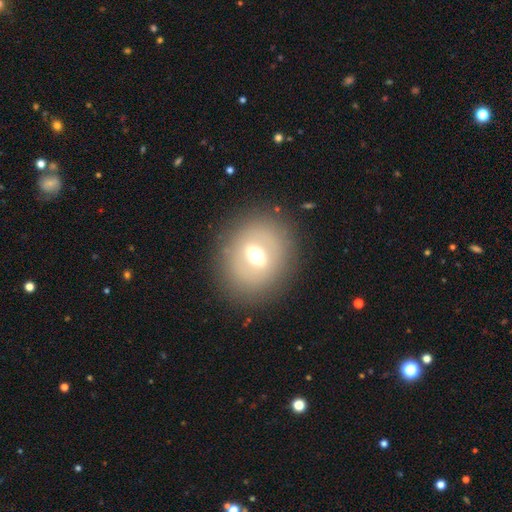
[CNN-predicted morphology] This is marginally a smooth galaxy (44%). Merging: clearly none (85%).